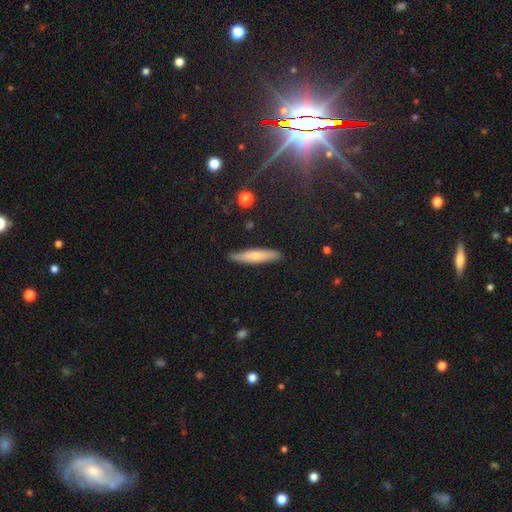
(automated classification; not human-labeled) This appears to be a smooth galaxy with no disk features (59%) that is cigar-shaped (85%). Merging: none (85%).